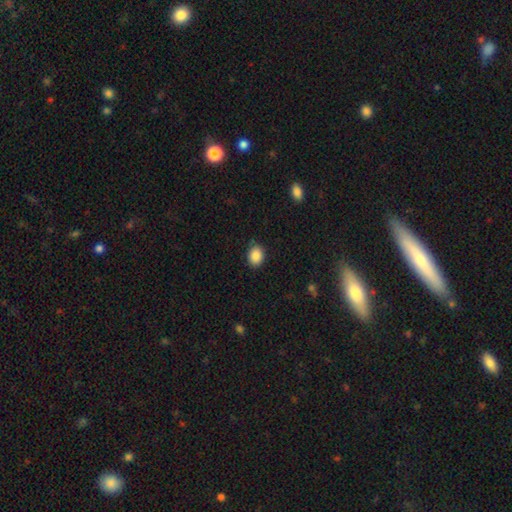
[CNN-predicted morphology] Smooth or featured: smooth — 88% (star or artifact — 8%)
How rounded: in between — 60% (round — 39%)
Merging: none — 81% (minor disturbance — 15%)